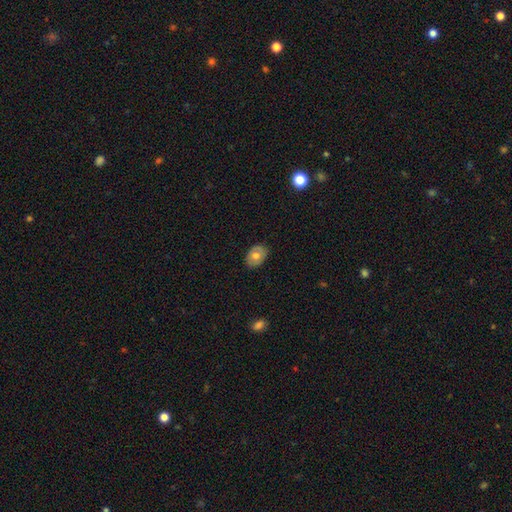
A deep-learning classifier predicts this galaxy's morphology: Smooth or featured?
  - smooth: 63% *
  - featured or disk: 30%
  - star or artifact: 7%
How rounded?
  - in between: 78% *
  - round: 21%
  - cigar-shaped: 1%
Merging?
  - none: 84% *
  - minor disturbance: 13%
  - major disturbance: 2%
  - merger: 1%